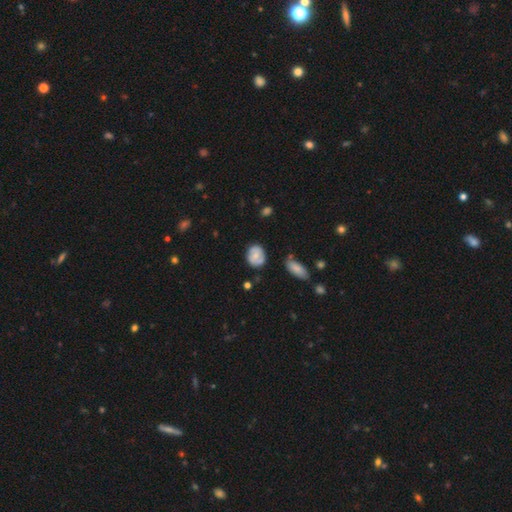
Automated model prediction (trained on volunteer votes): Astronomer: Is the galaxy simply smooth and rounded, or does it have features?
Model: smooth — 58% (runner-up: featured or disk, 34%).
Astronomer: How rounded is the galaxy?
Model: round — 62% (runner-up: in between, 37%).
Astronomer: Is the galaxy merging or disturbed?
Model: none — 72%.